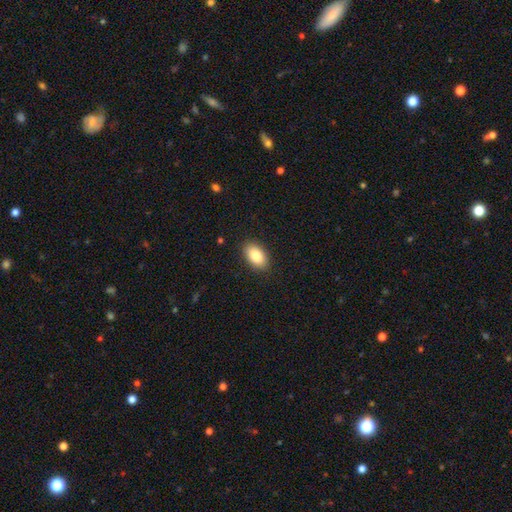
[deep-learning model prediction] Smooth or featured? Predicted: smooth (p=0.86). How rounded? Predicted: in between (p=0.92). Merging? Predicted: none (p=0.88).